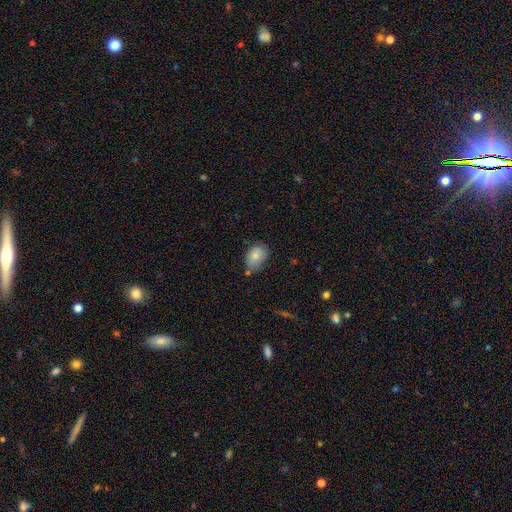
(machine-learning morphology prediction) Smooth or featured? smooth (80%)
How rounded? in between (79%)
Merging? none (64%)